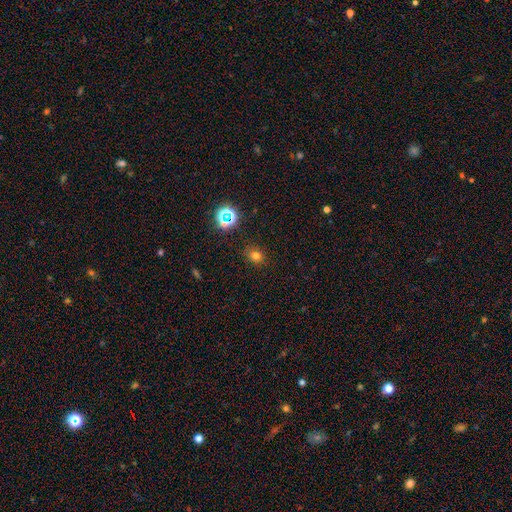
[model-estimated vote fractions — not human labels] A smooth galaxy with no disk features (72%) that is round (67%). Merging: none (86%).